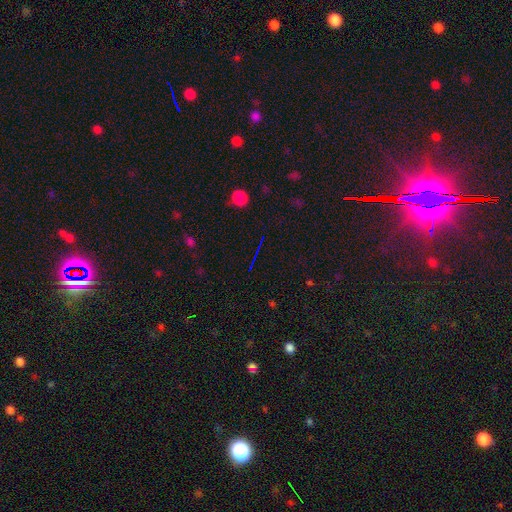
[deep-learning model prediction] smooth_or_featured: star or artifact (p=0.72) [alt: smooth p=0.15]